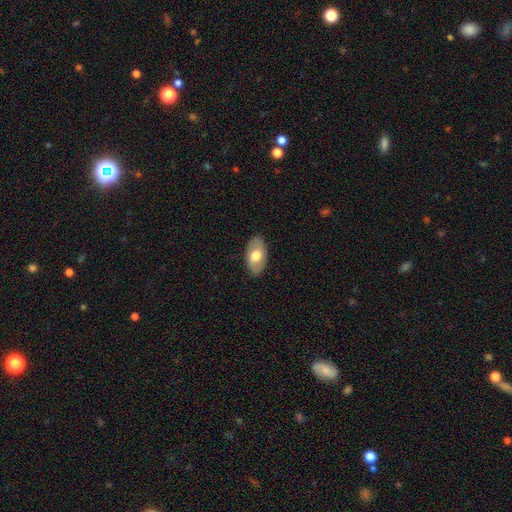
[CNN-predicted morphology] This is likely a smooth galaxy (65%). How rounded: clearly in between (94%). Merging: clearly none (86%).